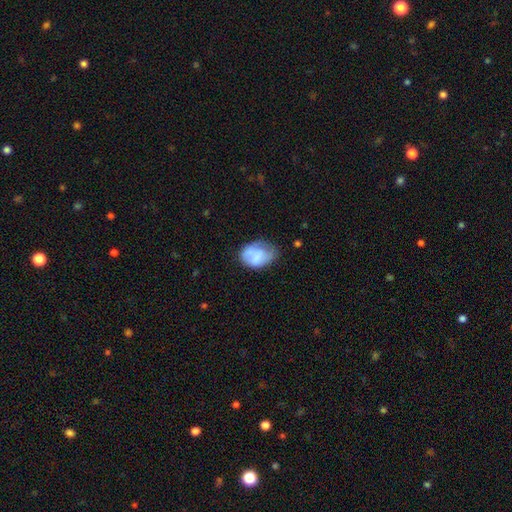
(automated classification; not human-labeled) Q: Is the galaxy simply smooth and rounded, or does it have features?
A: smooth — 63%.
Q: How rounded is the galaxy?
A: in between — 76%.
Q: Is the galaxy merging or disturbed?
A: none — 43%.